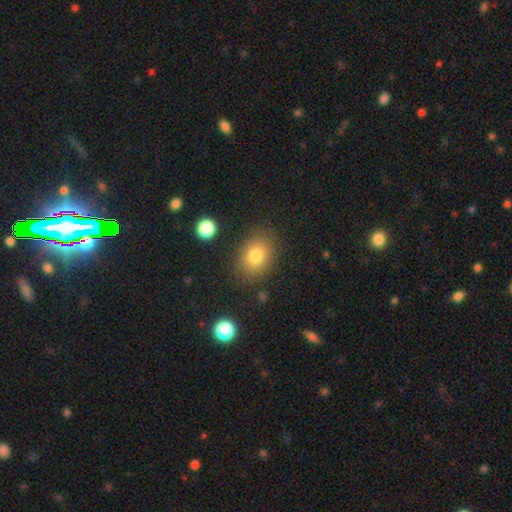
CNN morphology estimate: This is likely a smooth galaxy (80%). How rounded: likely in between (61%). Merging: clearly none (83%).